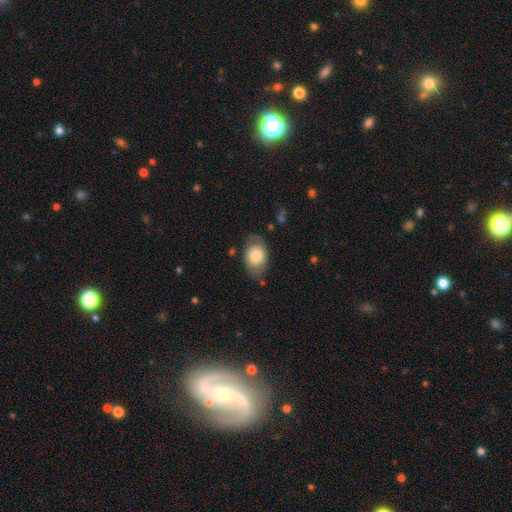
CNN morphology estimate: smooth-or-featured: smooth: 71% | featured or disk: 22% | star or artifact: 7%
  how-rounded: in between: 76% | round: 23% | cigar-shaped: 1%
  merging: none: 72% | minor disturbance: 18% | major disturbance: 8% | merger: 2%